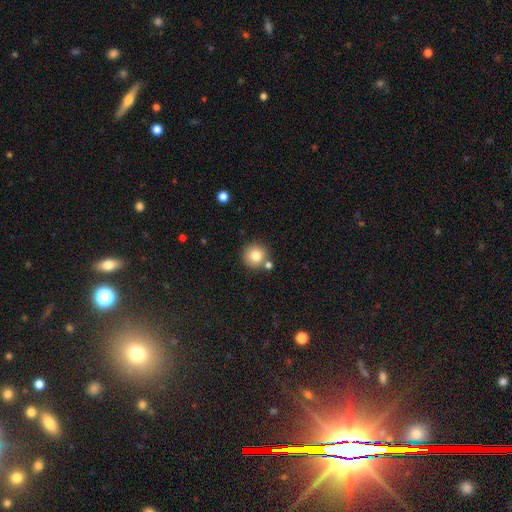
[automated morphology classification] Smooth or featured?
  - smooth: 80% *
  - star or artifact: 11%
  - featured or disk: 10%
How rounded?
  - round: 94% *
  - in between: 5%
  - cigar-shaped: 1%
Merging?
  - none: 76% *
  - merger: 14%
  - minor disturbance: 8%
  - major disturbance: 2%